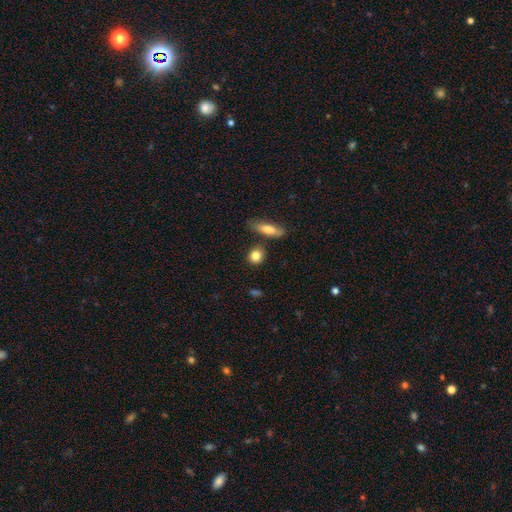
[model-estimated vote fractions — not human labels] Q: Smooth or featured?
A: smooth (83%); runner-up: featured or disk (9%)
Q: How rounded?
A: round (69%); runner-up: in between (25%)
Q: Merging?
A: none (80%); runner-up: minor disturbance (10%)